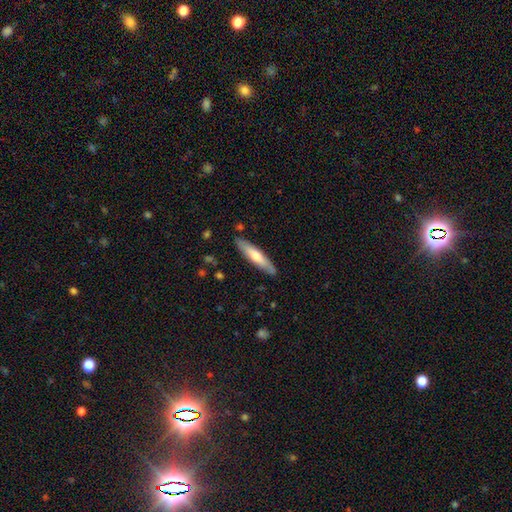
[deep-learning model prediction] smooth_or_featured: smooth (p=0.57) [alt: featured or disk p=0.38]
how_rounded: cigar-shaped (p=0.83) [alt: in between p=0.16]
merging: none (p=0.88) [alt: minor disturbance p=0.09]